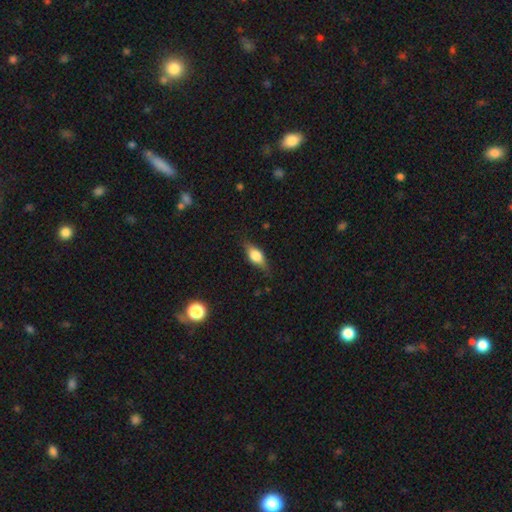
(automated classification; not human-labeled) Smooth or featured: smooth — 48% (featured or disk — 43%)
Merging: none — 79% (minor disturbance — 16%)